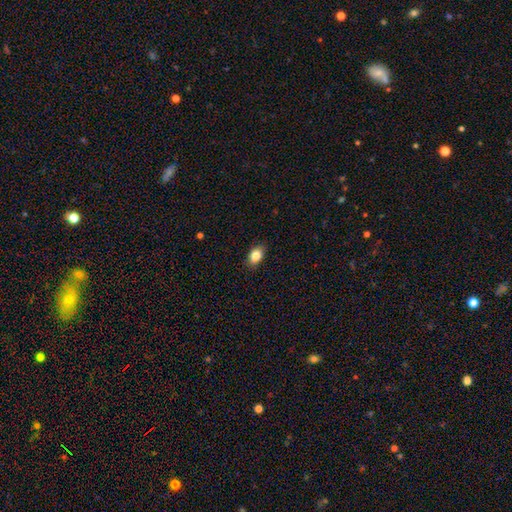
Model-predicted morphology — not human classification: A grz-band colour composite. It shows a smooth galaxy with no disk features (85%) that is in between round and cigar-shaped (85%). Merging: none (87%).